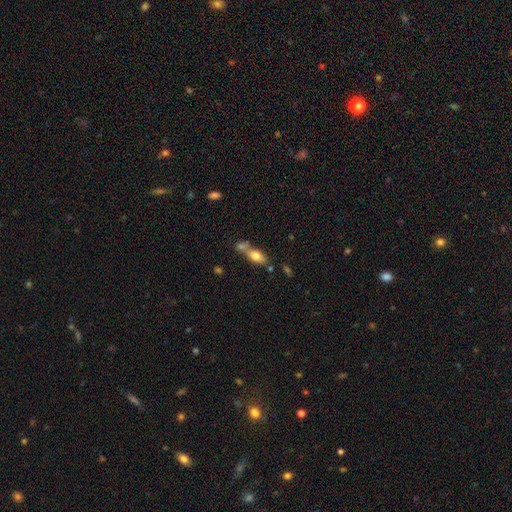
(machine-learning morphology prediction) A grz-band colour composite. It shows a smooth galaxy with no disk features (74%) that is in between round and cigar-shaped (82%). Merging: merger (45%).